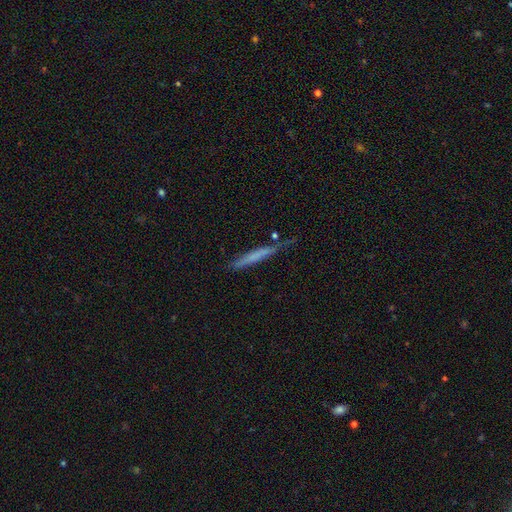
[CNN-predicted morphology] smooth-or-featured: smooth: 58% | featured or disk: 35% | star or artifact: 7%
  how-rounded: cigar-shaped: 95% | in between: 3% | round: 1%
  merging: none: 68% | minor disturbance: 23% | major disturbance: 6% | merger: 4%